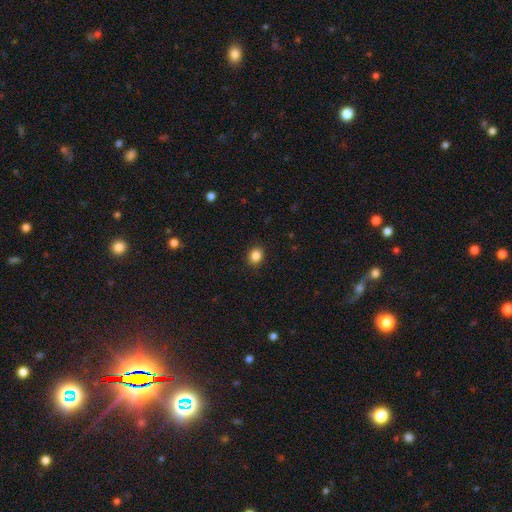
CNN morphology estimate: smooth_or_featured: smooth (p=0.86) [alt: star or artifact p=0.11]
how_rounded: round (p=0.67) [alt: in between p=0.32]
merging: none (p=0.90) [alt: minor disturbance p=0.06]